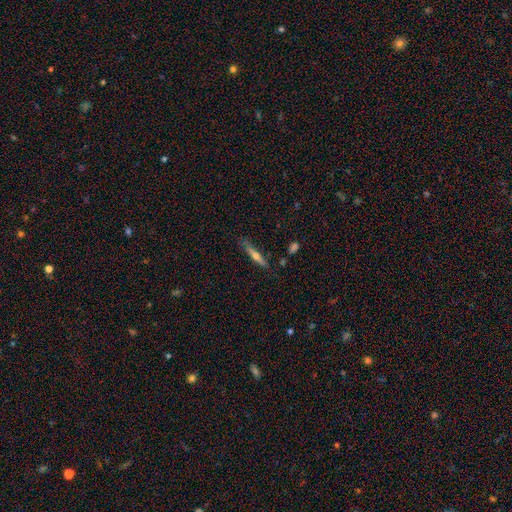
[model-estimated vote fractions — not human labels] Q: Smooth or featured?
A: featured or disk (49%); runner-up: smooth (44%)
Q: Merging?
A: none (77%); runner-up: minor disturbance (17%)